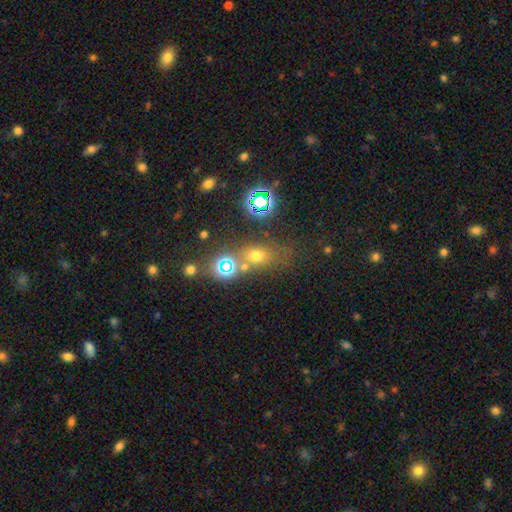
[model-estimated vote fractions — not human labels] Smooth or featured? Predicted: smooth (p=0.55). How rounded? Predicted: in between (p=0.55). Merging? Predicted: none (p=0.59).